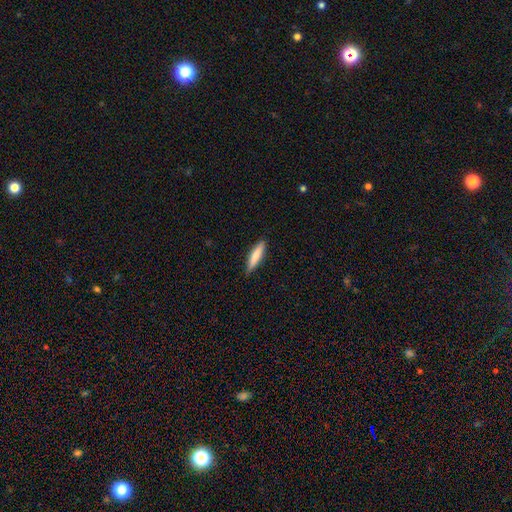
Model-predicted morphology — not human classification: Smooth or featured? smooth (76%)
How rounded? cigar-shaped (82%)
Merging? none (86%)